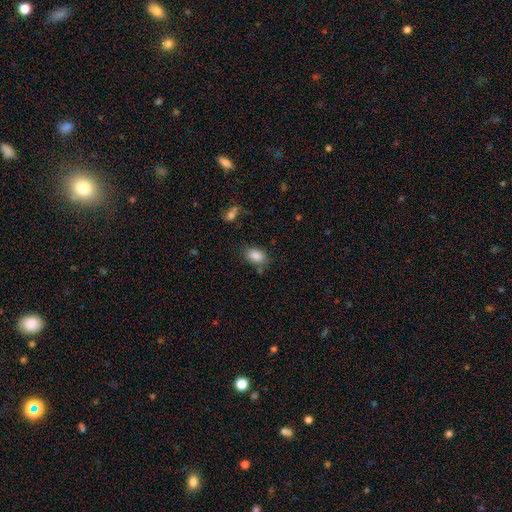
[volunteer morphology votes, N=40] Smooth or featured? 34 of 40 (85%) said smooth. How rounded? 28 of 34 (82%) said in between. Merging? 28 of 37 (76%) said none.